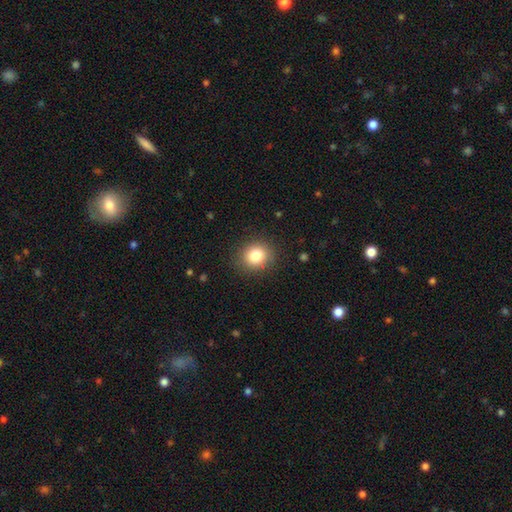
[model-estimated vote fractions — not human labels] smooth_or_featured: smooth (p=0.83) [alt: star or artifact p=0.11]
how_rounded: round (p=0.78) [alt: in between p=0.21]
merging: none (p=0.87) [alt: minor disturbance p=0.09]